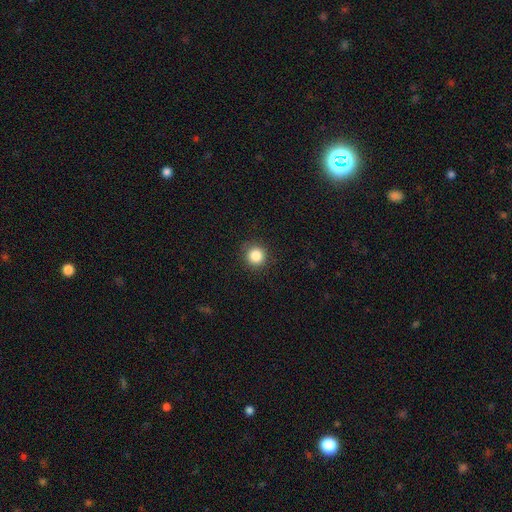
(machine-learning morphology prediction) Smooth or featured?
  - smooth: 85% *
  - star or artifact: 10%
  - featured or disk: 4%
How rounded?
  - round: 94% *
  - in between: 5%
  - cigar-shaped: 1%
Merging?
  - none: 89% *
  - minor disturbance: 8%
  - major disturbance: 2%
  - merger: 1%